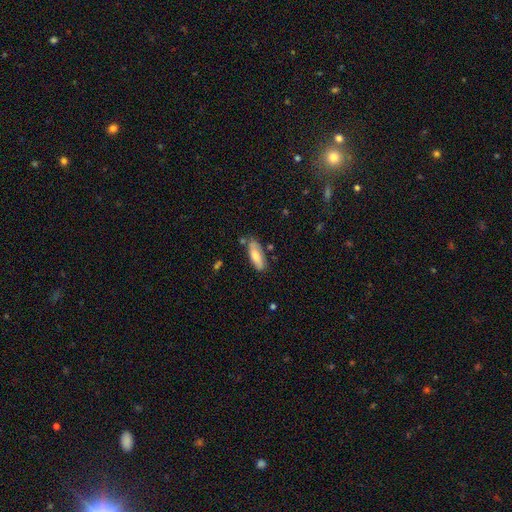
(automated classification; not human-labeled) Smooth or featured? Predicted: smooth (p=0.71). How rounded? Predicted: in between (p=0.67). Merging? Predicted: none (p=0.71).